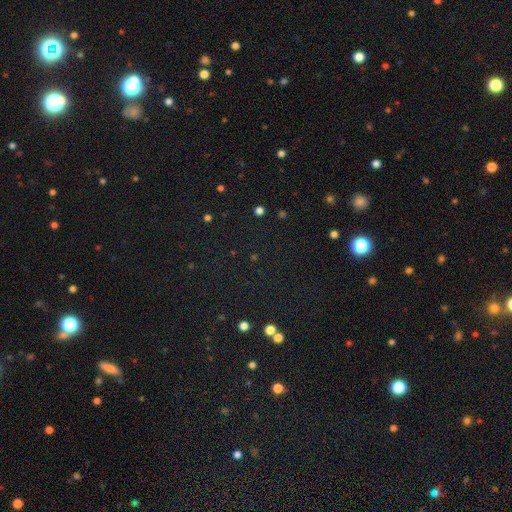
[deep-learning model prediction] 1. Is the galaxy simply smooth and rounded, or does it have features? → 73% star or artifact, 19% smooth, 8% featured or disk.